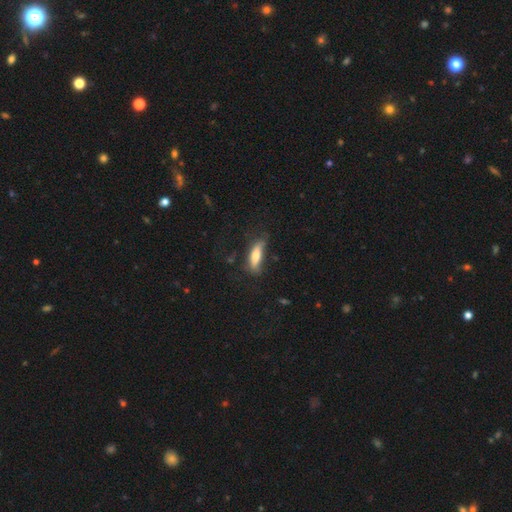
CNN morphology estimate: smooth 69%, featured or disk 24%, star or artifact 6%. Down the decision tree: how rounded — cigar-shaped (57%); merging — none (60%).